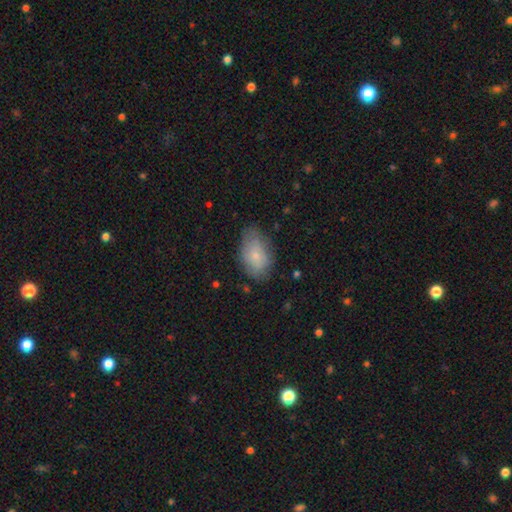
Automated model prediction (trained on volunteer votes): smooth-or-featured: smooth: 74% | featured or disk: 19% | star or artifact: 7%
  how-rounded: in between: 89% | round: 10% | cigar-shaped: 2%
  merging: none: 64% | minor disturbance: 27% | major disturbance: 8% | merger: 2%